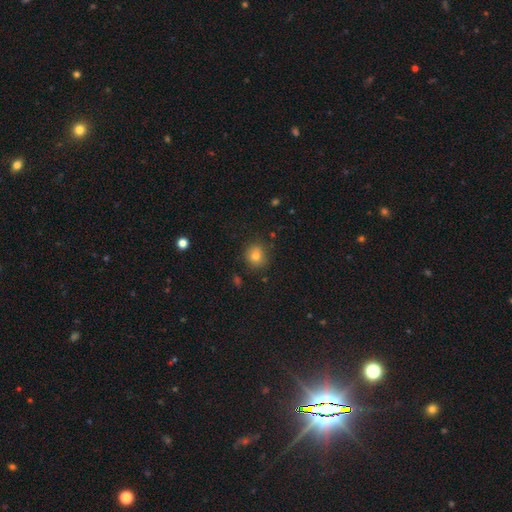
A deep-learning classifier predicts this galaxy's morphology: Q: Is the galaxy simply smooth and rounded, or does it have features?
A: smooth — 80%.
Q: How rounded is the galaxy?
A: round — 83%.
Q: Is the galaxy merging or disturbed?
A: none — 83%.